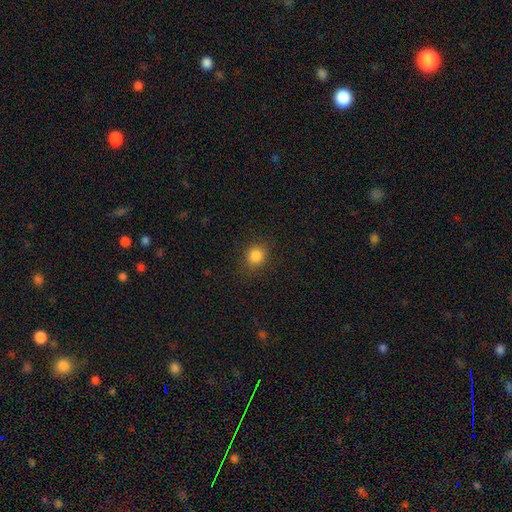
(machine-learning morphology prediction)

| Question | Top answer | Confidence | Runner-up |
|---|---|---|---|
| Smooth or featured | smooth | 85% | star or artifact (11%) |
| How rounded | round | 84% | in between (15%) |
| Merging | none | 87% | minor disturbance (8%) |